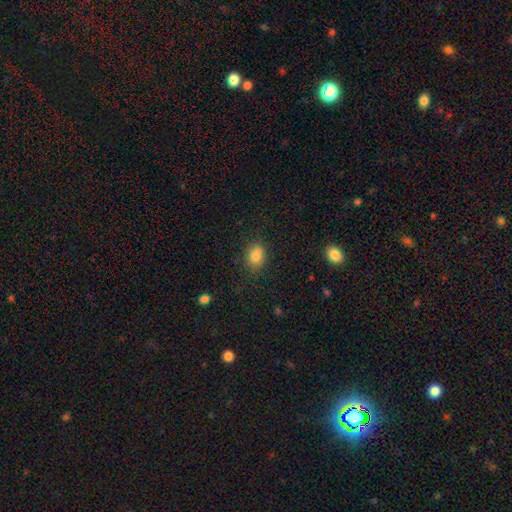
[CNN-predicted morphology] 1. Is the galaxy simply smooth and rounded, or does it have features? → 80% smooth, 11% star or artifact, 9% featured or disk.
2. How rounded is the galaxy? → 56% in between, 43% round, 1% cigar-shaped.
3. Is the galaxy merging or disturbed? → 65% none, 17% minor disturbance, 13% merger, 5% major disturbance.